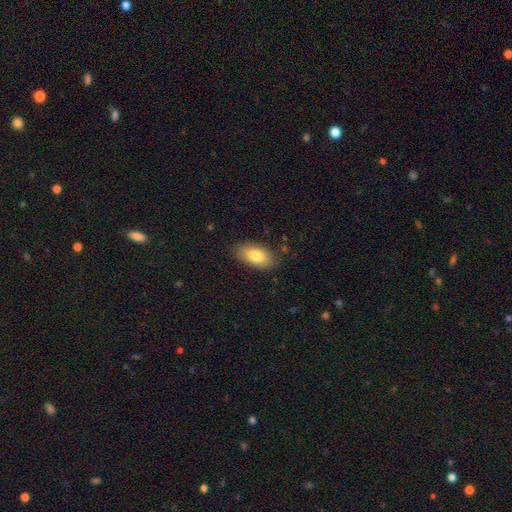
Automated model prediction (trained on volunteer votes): This appears to be a smooth galaxy with no disk features (80%) that is in between round and cigar-shaped (92%). Merging: none (84%).